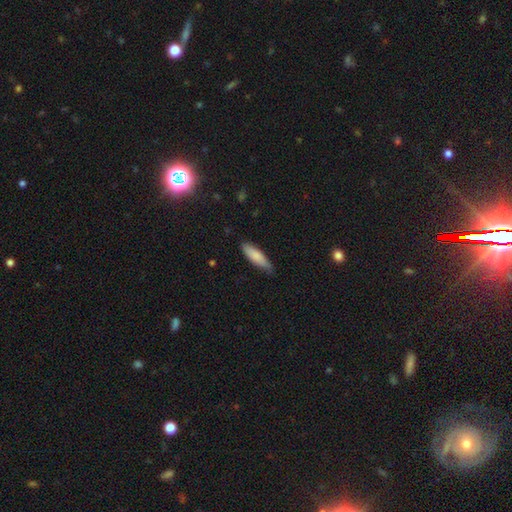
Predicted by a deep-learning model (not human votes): Smooth or featured: smooth — 83% (featured or disk — 12%)
How rounded: cigar-shaped — 57% (in between — 41%)
Merging: none — 76% (minor disturbance — 20%)